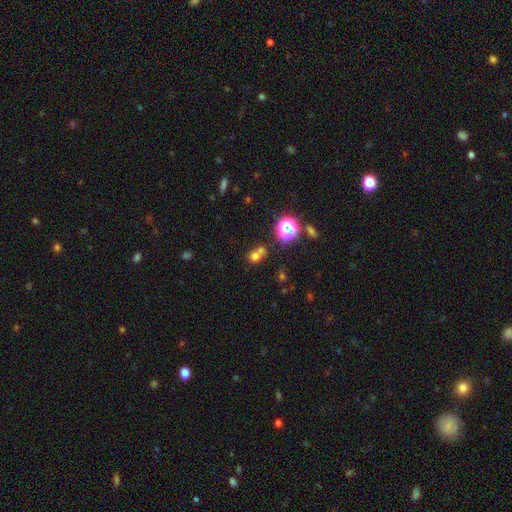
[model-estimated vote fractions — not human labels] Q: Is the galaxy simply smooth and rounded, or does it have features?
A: smooth — 64%.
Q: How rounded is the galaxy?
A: round — 75%.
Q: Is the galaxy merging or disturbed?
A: merger — 45%.